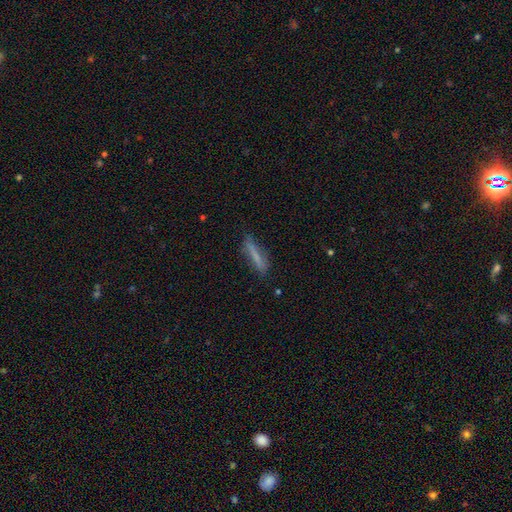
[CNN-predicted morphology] Overall: smooth (63%; featured or disk 28%). How rounded: cigar-shaped (86%). Merging: none (76%).